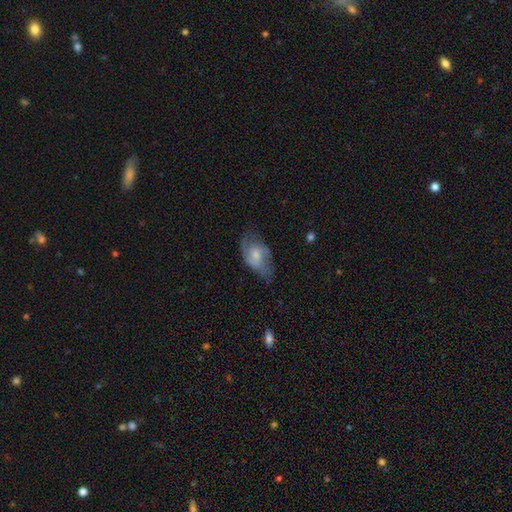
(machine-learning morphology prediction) This appears to be a featured or disk galaxy (59%) with no bar (62%), spiral arms (82%) and a moderate central bulge (43%). Merging: none (51%).